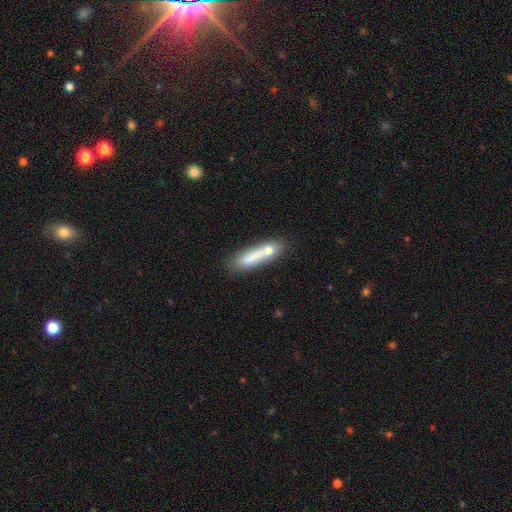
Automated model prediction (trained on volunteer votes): A smooth galaxy with no disk features (70%) that is cigar-shaped (77%).

Vote fractions:
- Smooth or featured? smooth: 70% / featured or disk: 22% / star or artifact: 8%
- How rounded? cigar-shaped: 77% / in between: 20% / round: 3%
- Merging? none: 55% / merger: 20% / minor disturbance: 18% / major disturbance: 7%